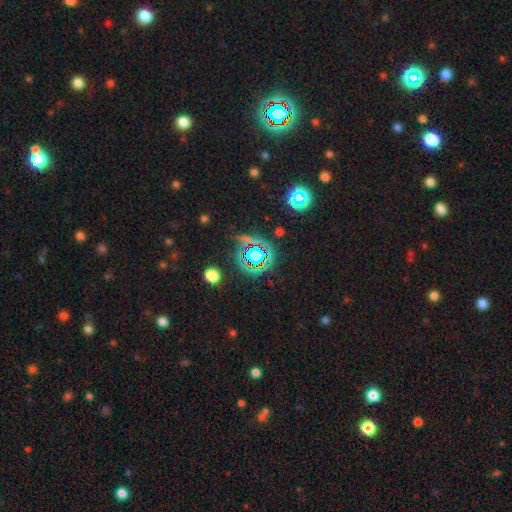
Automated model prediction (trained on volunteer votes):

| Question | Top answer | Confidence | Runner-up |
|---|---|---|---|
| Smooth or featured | star or artifact | 68% | smooth (19%) |